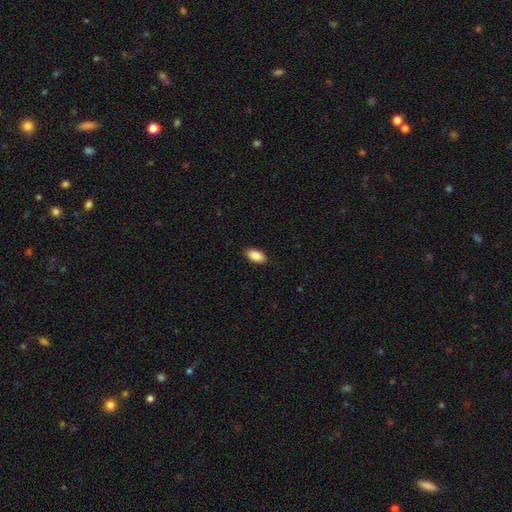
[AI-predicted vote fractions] This appears to be a smooth galaxy with no disk features (89%) that is in between round and cigar-shaped (94%). Merging: none (88%).